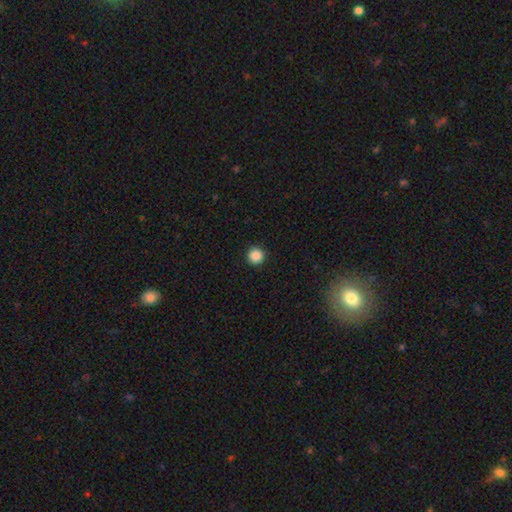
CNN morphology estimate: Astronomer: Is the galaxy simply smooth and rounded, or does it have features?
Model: smooth — 87%.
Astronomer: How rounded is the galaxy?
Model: round — 96%.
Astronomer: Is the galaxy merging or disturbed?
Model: none — 94%.